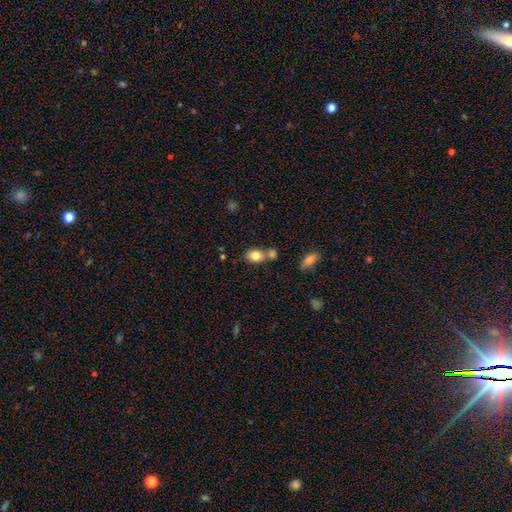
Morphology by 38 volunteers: Smooth or featured?
  - smooth: 84% *
  - featured or disk: 13%
  - star or artifact: 3%
How rounded?
  - in between: 78% *
  - round: 22%
  - cigar-shaped: 0%
Merging?
  - none: 38% * (tied)
  - merger: 38% * (tied)
  - minor disturbance: 22%
  - major disturbance: 3%